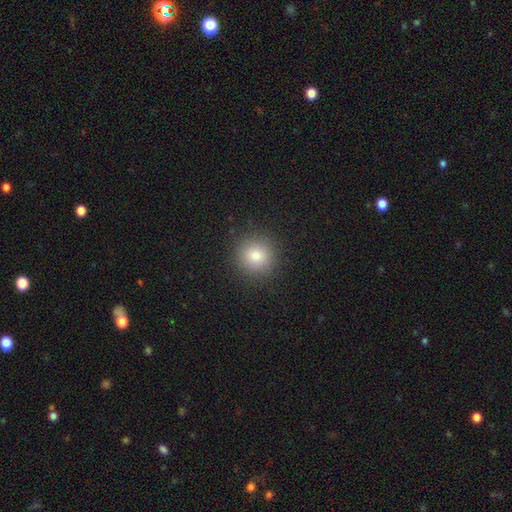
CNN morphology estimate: type=smooth (82%); roundness=round (93%); merging=none (91%).